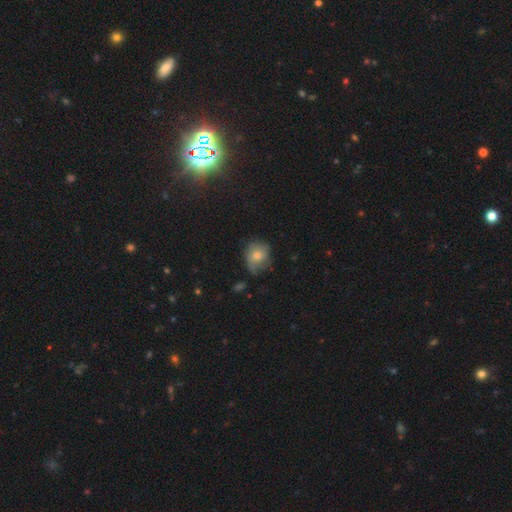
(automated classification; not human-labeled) Smooth or featured?
  - smooth: 63% *
  - featured or disk: 23%
  - star or artifact: 15%
How rounded?
  - round: 69% *
  - in between: 30%
  - cigar-shaped: 1%
Merging?
  - none: 54% *
  - minor disturbance: 33%
  - major disturbance: 11%
  - merger: 2%